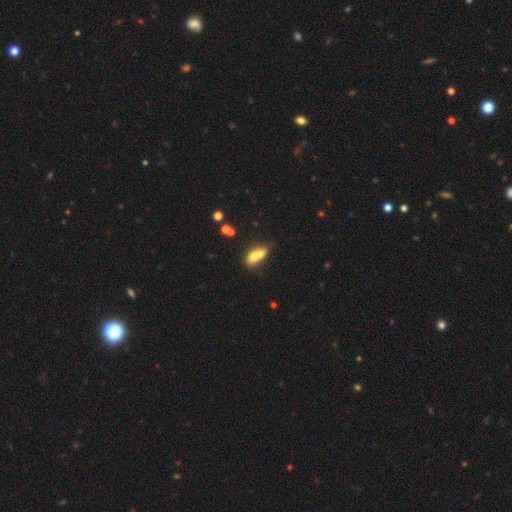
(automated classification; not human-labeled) Morphology: type=smooth (66%); roundness=in between (65%); merging=merger (65%).